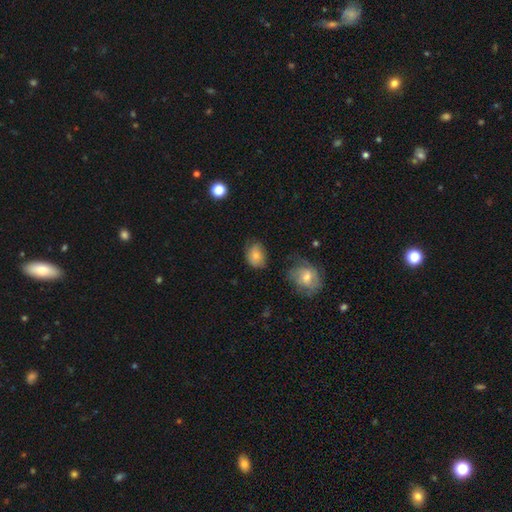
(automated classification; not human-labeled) Q: Smooth or featured?
A: smooth (74%); runner-up: featured or disk (17%)
Q: How rounded?
A: in between (64%); runner-up: round (34%)
Q: Merging?
A: none (61%); runner-up: minor disturbance (27%)